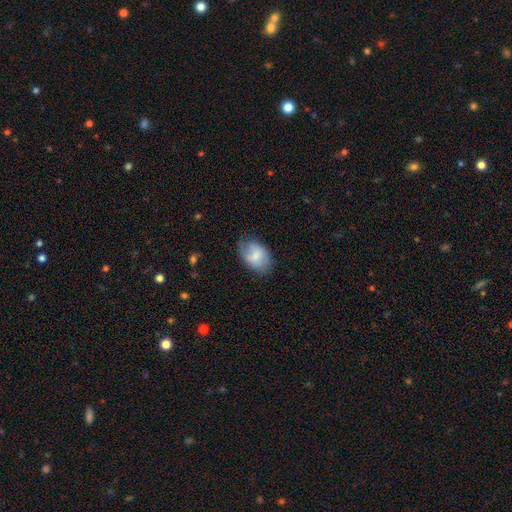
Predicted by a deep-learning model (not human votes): Smooth or featured?
  - smooth: 69% *
  - featured or disk: 24%
  - star or artifact: 7%
How rounded?
  - in between: 83% *
  - round: 16%
  - cigar-shaped: 1%
Merging?
  - none: 58% *
  - minor disturbance: 30%
  - major disturbance: 11%
  - merger: 2%